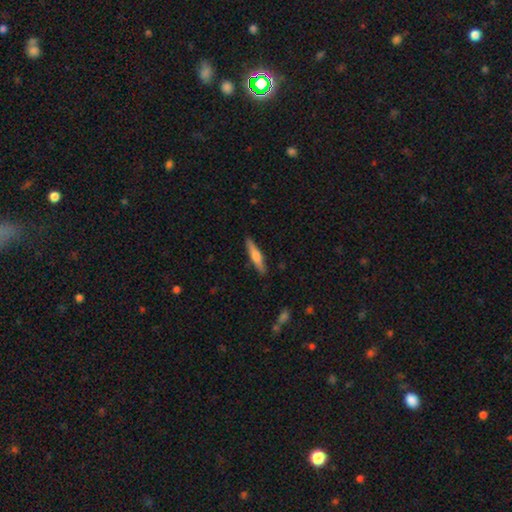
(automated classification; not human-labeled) smooth 50%, featured or disk 44%, star or artifact 6%. Down the decision tree: how rounded — cigar-shaped (89%); merging — none (89%).